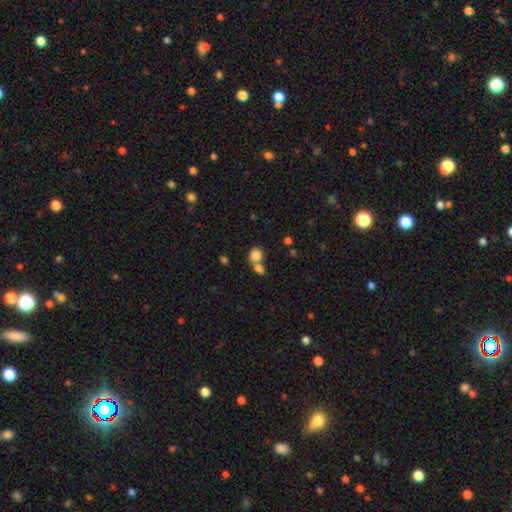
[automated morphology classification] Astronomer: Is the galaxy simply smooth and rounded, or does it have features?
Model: smooth — 83%.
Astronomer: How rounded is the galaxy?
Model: round — 77%.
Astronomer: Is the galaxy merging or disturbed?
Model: merger — 49% (runner-up: none, 41%).